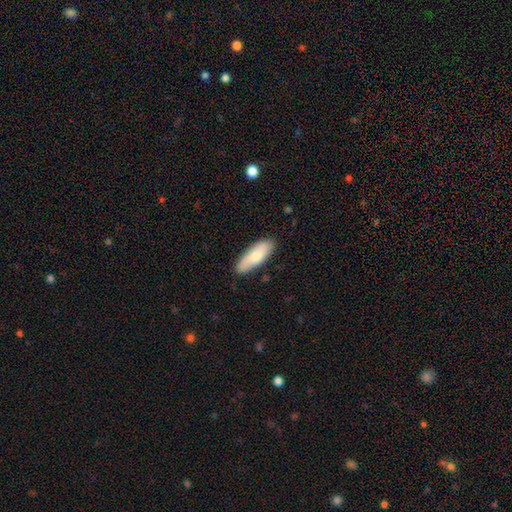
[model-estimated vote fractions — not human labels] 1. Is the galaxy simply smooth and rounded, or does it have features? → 74% smooth, 21% featured or disk, 5% star or artifact.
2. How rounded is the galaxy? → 68% in between, 30% cigar-shaped, 2% round.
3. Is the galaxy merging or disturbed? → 84% none, 13% minor disturbance, 2% major disturbance, 1% merger.